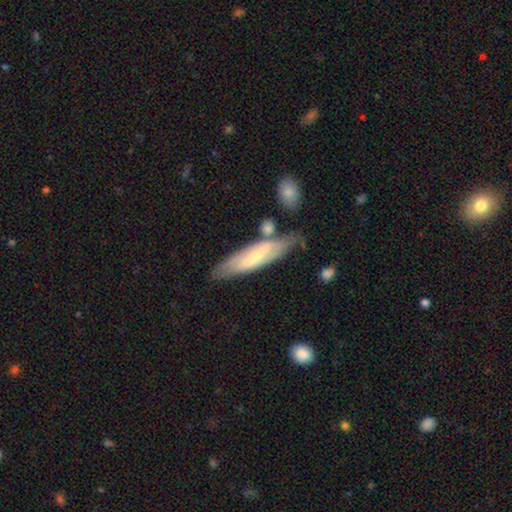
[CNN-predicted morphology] This appears to be a featured or disk galaxy (59%). Merging: none (71%).